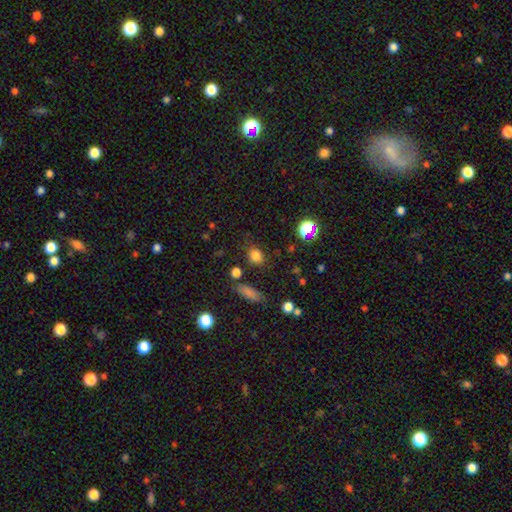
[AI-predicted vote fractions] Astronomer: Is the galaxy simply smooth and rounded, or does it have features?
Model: smooth — 79%.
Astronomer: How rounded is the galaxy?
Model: round — 56% (runner-up: in between, 42%).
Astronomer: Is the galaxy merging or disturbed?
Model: none — 78%.